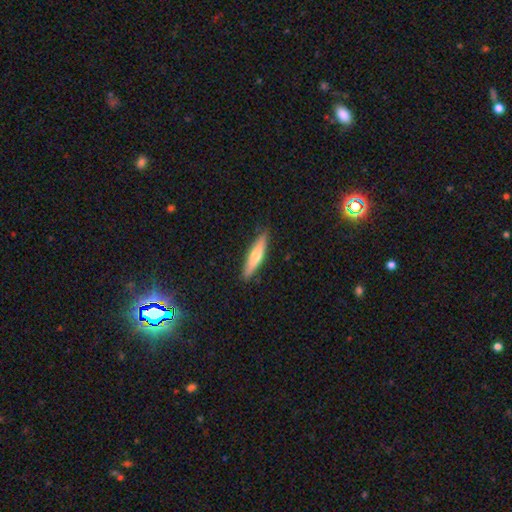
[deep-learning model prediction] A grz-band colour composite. It shows a smooth galaxy with no disk features (58%) that is cigar-shaped (85%). Merging: none (89%).